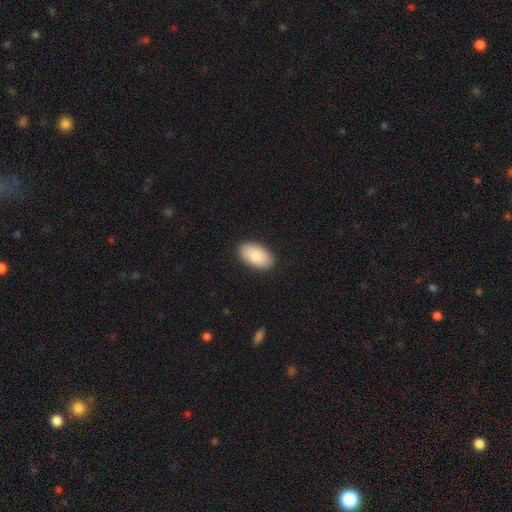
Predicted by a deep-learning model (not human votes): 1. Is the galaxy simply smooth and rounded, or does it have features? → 88% smooth, 6% featured or disk, 6% star or artifact.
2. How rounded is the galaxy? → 95% in between, 3% round, 1% cigar-shaped.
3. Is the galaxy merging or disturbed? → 89% none, 8% minor disturbance, 2% major disturbance, 1% merger.